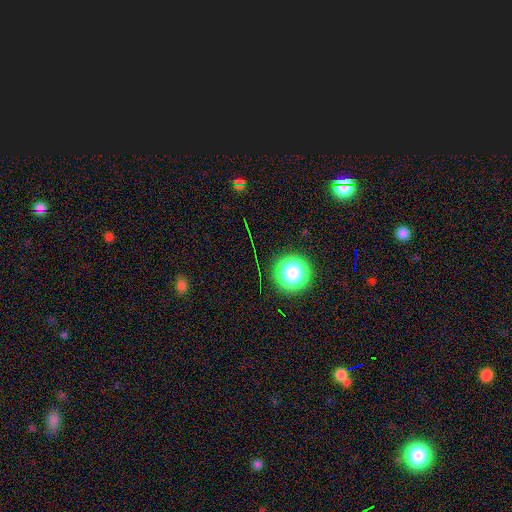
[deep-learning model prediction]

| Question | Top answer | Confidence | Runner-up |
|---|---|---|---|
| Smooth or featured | star or artifact | 74% | smooth (20%) |